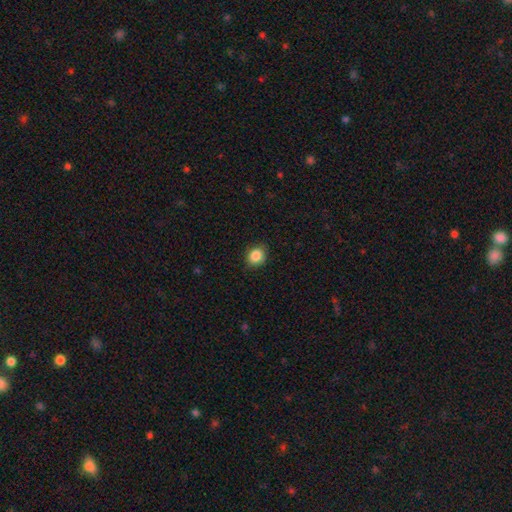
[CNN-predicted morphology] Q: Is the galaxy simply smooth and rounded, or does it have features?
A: smooth — 86%.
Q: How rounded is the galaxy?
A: round — 64%.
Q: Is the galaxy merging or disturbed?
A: none — 84%.